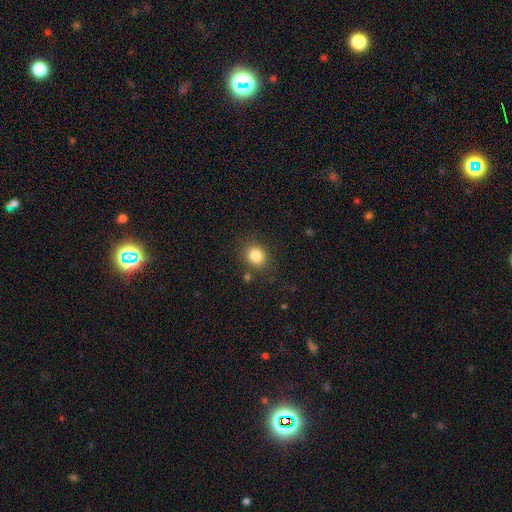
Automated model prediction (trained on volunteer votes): smooth-or-featured: smooth: 83% | star or artifact: 11% | featured or disk: 6%
  how-rounded: round: 71% | in between: 28% | cigar-shaped: 1%
  merging: none: 83% | minor disturbance: 10% | merger: 4% | major disturbance: 3%